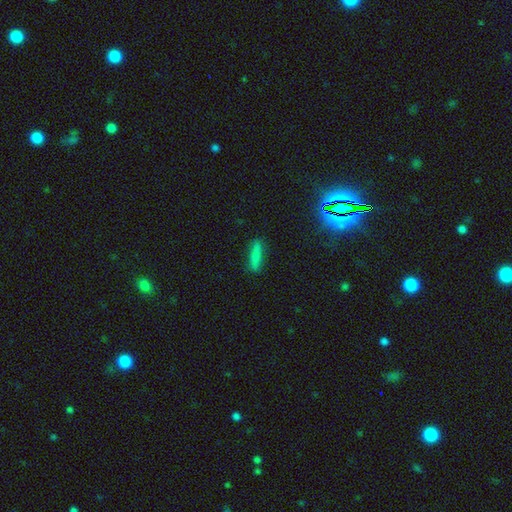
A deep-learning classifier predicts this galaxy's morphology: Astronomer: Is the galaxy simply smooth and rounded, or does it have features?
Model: smooth — 79%.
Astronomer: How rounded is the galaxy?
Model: cigar-shaped — 73%.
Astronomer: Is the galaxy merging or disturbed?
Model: none — 83%.